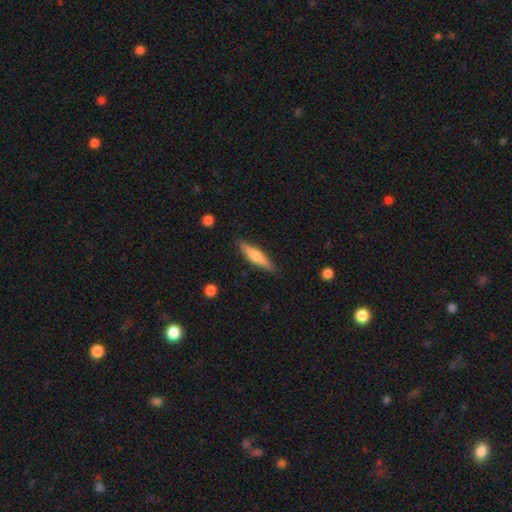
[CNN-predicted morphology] This is possibly a smooth galaxy (54%). How rounded: clearly cigar-shaped (83%). Merging: clearly none (88%).